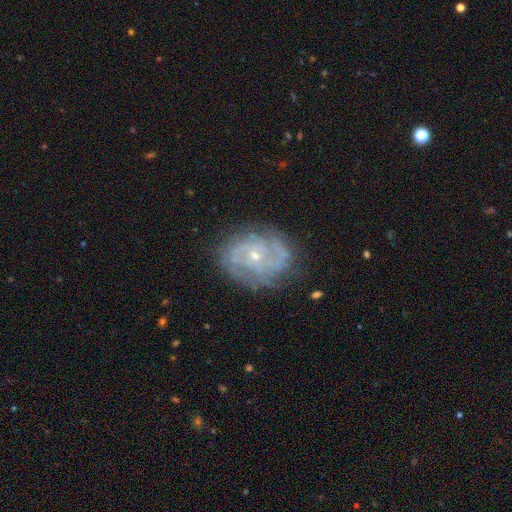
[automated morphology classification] smooth-or-featured: featured or disk: 84% | smooth: 9% | star or artifact: 7%
  disk-edge-on: no: 97% | yes: 3%
    bar: no: 70% | weak: 25% | strong: 5%
    has-spiral-arms: yes: 93% | no: 7%
      spiral-winding: tight: 62% | medium: 31% | loose: 7%
      spiral-arm-count: 2: 33% | can't tell: 29% | 3: 18% | 4: 9% | more than 4: 6% | 1: 5%
    bulge-size: small: 71% | moderate: 25% | none: 1% | large: 1% | dominant: 1%
  merging: none: 75% | minor disturbance: 17% | major disturbance: 6% | merger: 1%